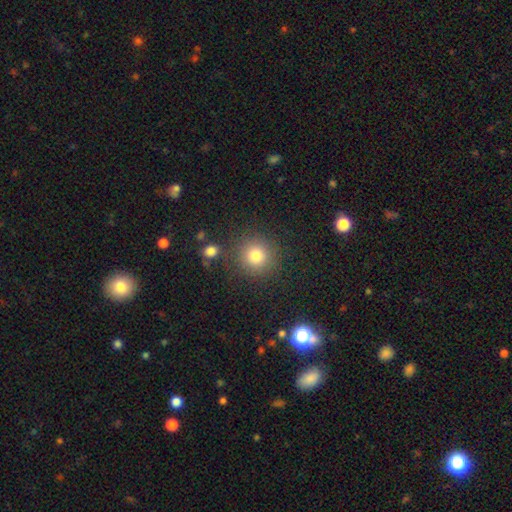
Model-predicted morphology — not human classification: smooth-or-featured: smooth: 80% | star or artifact: 13% | featured or disk: 7%
  how-rounded: round: 93% | in between: 6% | cigar-shaped: 1%
  merging: none: 84% | minor disturbance: 8% | merger: 4% | major disturbance: 4%